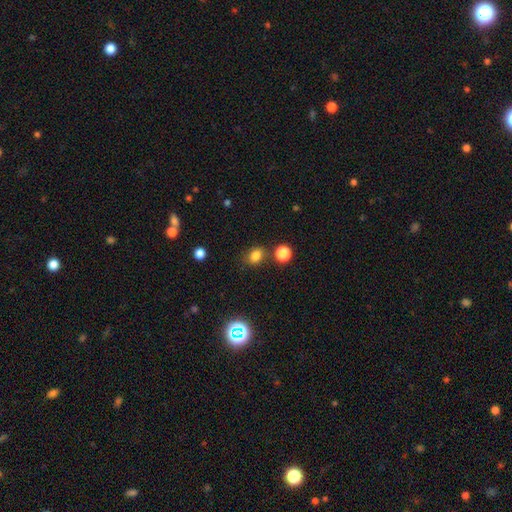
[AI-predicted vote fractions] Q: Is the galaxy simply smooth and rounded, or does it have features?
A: smooth — 80%.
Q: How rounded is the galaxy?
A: in between — 53%.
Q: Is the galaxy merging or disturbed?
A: none — 74%.